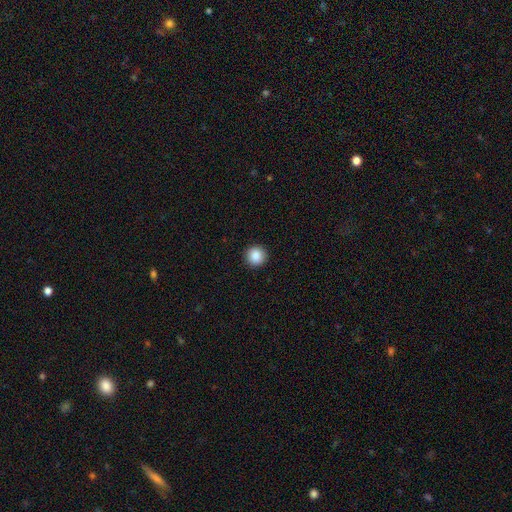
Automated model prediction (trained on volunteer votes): Smooth or featured? Predicted: smooth (p=0.88). How rounded? Predicted: round (p=0.94). Merging? Predicted: none (p=0.93).